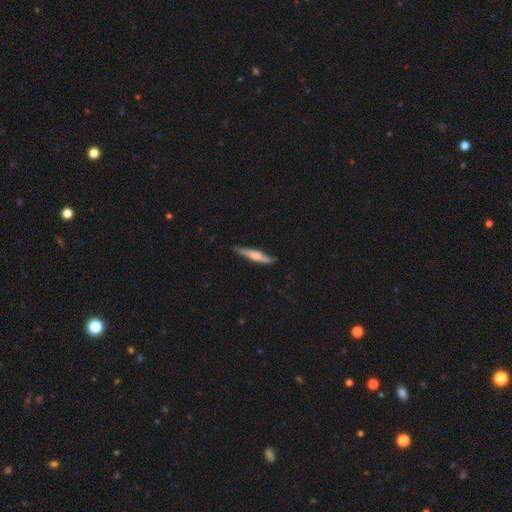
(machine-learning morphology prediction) Smooth or featured? Predicted: smooth (p=0.58). How rounded? Predicted: cigar-shaped (p=0.90). Merging? Predicted: none (p=0.76).